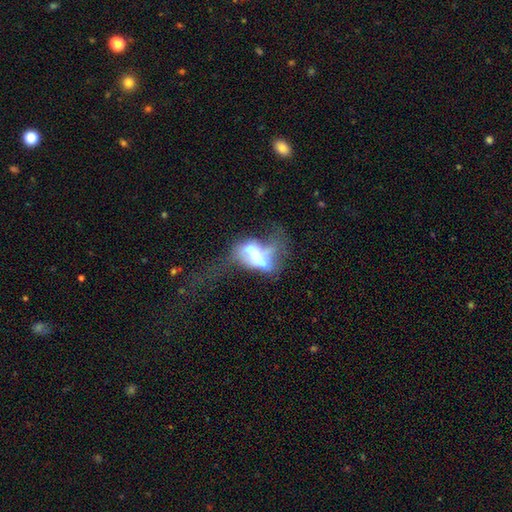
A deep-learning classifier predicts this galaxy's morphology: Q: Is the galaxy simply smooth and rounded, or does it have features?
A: featured or disk — 60%.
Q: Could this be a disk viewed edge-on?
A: no — 85%.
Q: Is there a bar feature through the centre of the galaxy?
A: no — 41%.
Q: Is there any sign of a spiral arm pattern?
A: no — 63%.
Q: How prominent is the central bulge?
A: moderate — 40%.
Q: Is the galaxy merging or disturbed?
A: major disturbance — 44%.